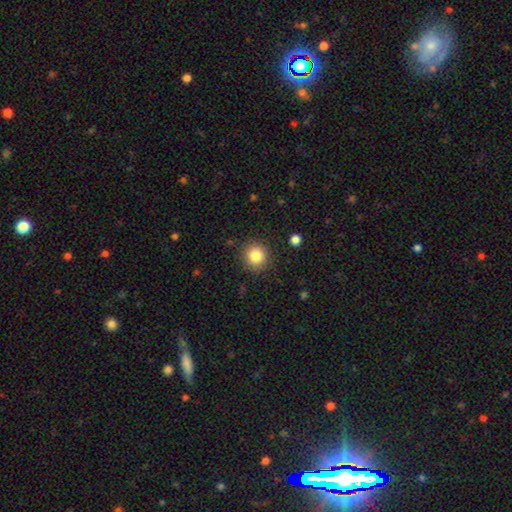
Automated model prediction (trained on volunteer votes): smooth-or-featured: smooth: 84% | star or artifact: 10% | featured or disk: 6%
  how-rounded: round: 92% | in between: 7% | cigar-shaped: 1%
  merging: none: 89% | minor disturbance: 7% | major disturbance: 3% | merger: 1%